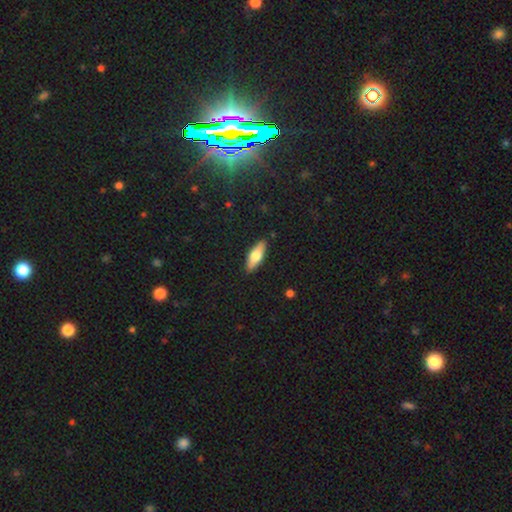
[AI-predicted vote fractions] Smooth or featured? smooth (63%)
How rounded? in between (57%)
Merging? none (89%)